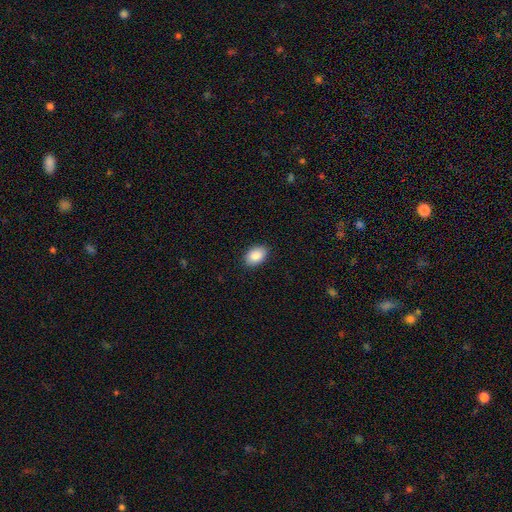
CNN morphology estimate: A smooth galaxy with no disk features (89%) that is in between round and cigar-shaped (85%).

Vote fractions:
- Smooth or featured? smooth: 89% / star or artifact: 7% / featured or disk: 4%
- How rounded? in between: 85% / round: 13% / cigar-shaped: 1%
- Merging? none: 89% / minor disturbance: 8% / major disturbance: 2% / merger: 1%